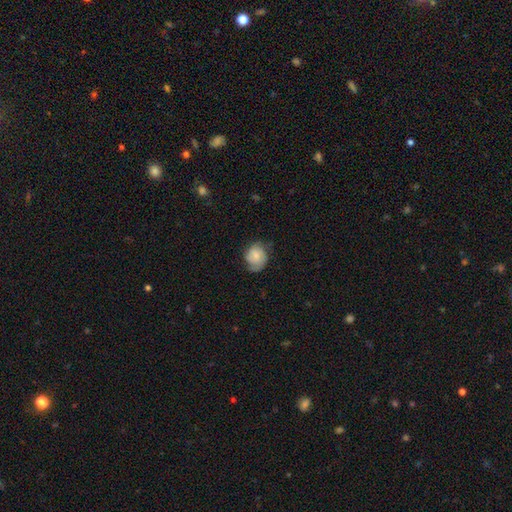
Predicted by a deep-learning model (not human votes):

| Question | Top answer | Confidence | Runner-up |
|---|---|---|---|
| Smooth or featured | smooth | 58% | featured or disk (34%) |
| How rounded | round | 63% | in between (36%) |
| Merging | none | 58% | minor disturbance (30%) |